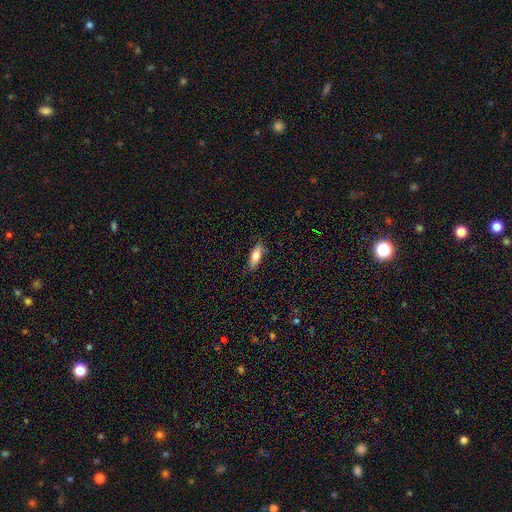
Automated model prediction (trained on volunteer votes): Smooth or featured: smooth — 72% (featured or disk — 22%)
How rounded: in between — 61% (cigar-shaped — 36%)
Merging: none — 80% (minor disturbance — 16%)